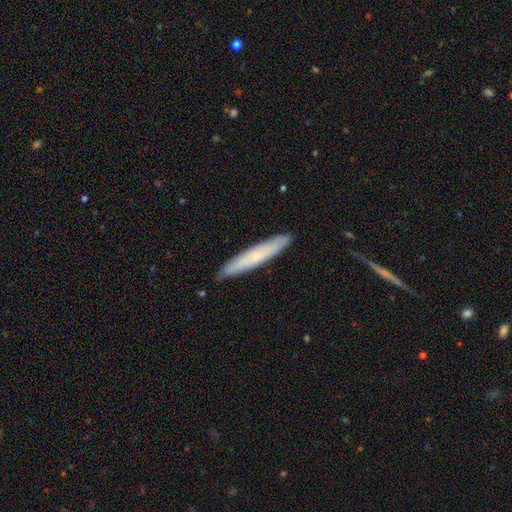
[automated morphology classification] Smooth or featured: smooth — 57% (featured or disk — 37%)
How rounded: cigar-shaped — 93% (in between — 6%)
Merging: none — 88% (minor disturbance — 10%)